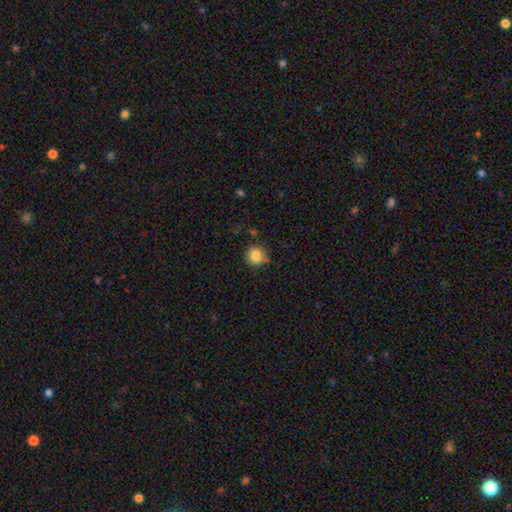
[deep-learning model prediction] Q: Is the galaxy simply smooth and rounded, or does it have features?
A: smooth — 85%.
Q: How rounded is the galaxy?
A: round — 91%.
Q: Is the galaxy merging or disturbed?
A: none — 80%.